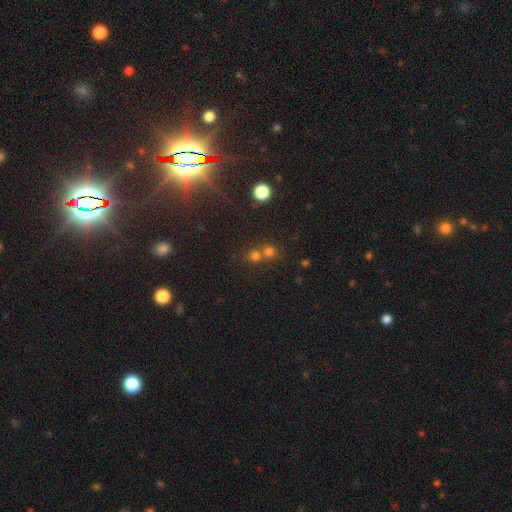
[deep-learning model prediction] Smooth or featured?
  - smooth: 63% *
  - star or artifact: 27%
  - featured or disk: 9%
How rounded?
  - round: 88% *
  - in between: 11%
  - cigar-shaped: 1%
Merging?
  - none: 50% *
  - merger: 42%
  - minor disturbance: 5%
  - major disturbance: 3%